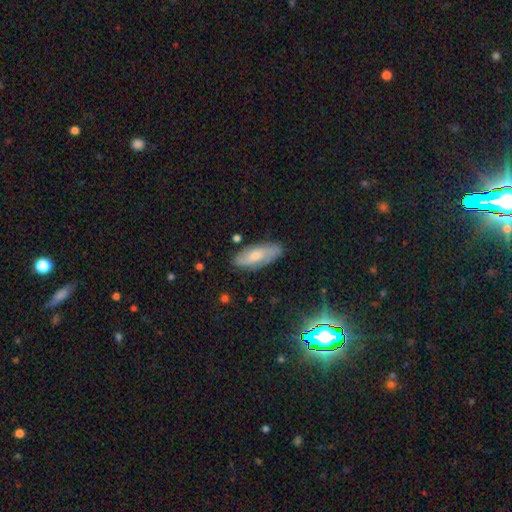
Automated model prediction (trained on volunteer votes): A featured or disk galaxy (46%).

Vote fractions:
- Smooth or featured? featured or disk: 46% / smooth: 45% / star or artifact: 8%
- Merging? none: 77% / minor disturbance: 17% / major disturbance: 4% / merger: 2%